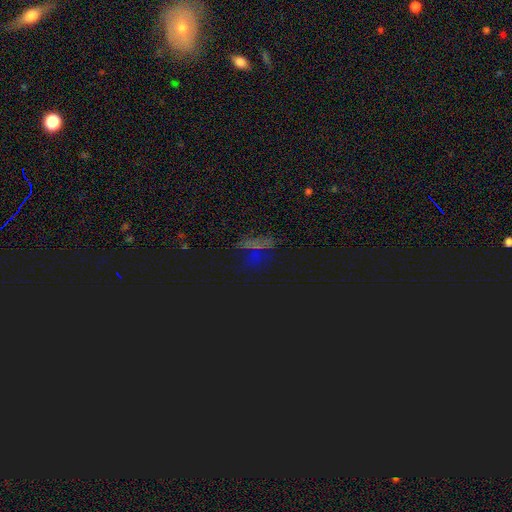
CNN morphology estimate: A star or artifact, not a galaxy (70%).